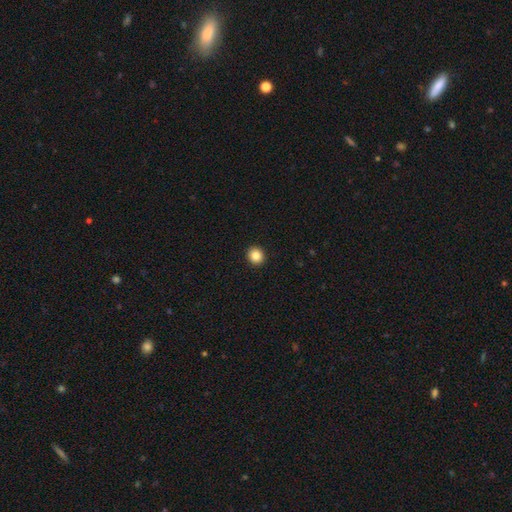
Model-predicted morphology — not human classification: This is clearly a smooth galaxy (85%). How rounded: clearly round (87%). Merging: clearly none (94%).